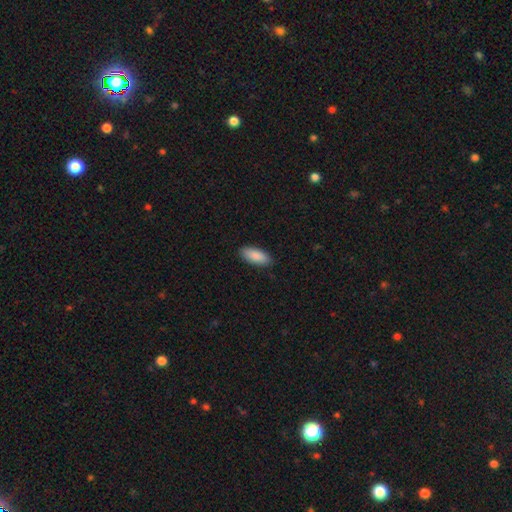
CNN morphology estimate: smooth-or-featured: smooth: 89% | star or artifact: 6% | featured or disk: 5%
  how-rounded: in between: 83% | cigar-shaped: 15% | round: 2%
  merging: none: 88% | minor disturbance: 9% | major disturbance: 2% | merger: 1%